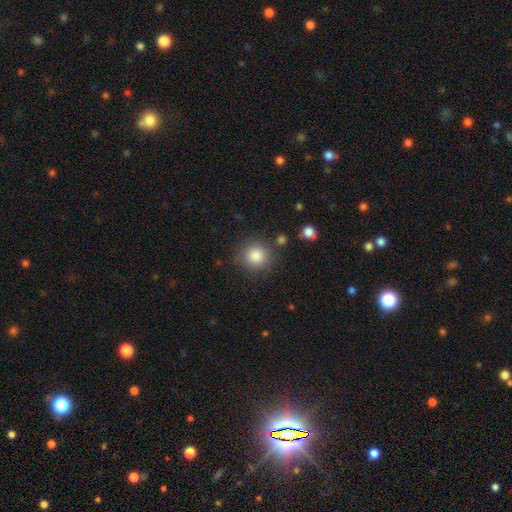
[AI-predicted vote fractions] Morphology: type=smooth (85%); roundness=round (92%); merging=none (83%).